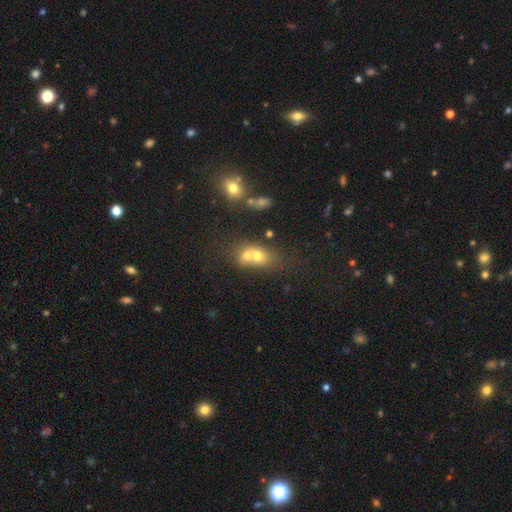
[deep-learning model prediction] This is possibly a smooth galaxy (59%). How rounded: possibly in between (49%). Merging: likely merger (60%).